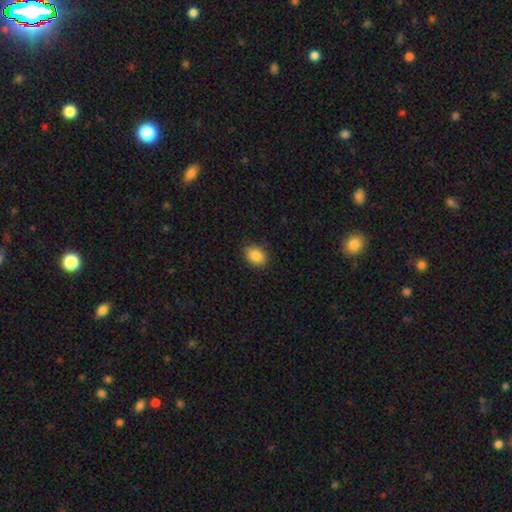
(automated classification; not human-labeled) Morphology: type=smooth (88%); roundness=in between (72%); merging=none (85%).